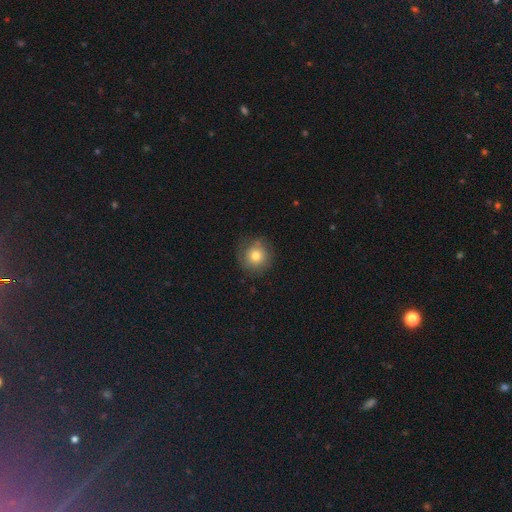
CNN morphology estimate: Q: Smooth or featured?
A: smooth (77%); runner-up: featured or disk (12%)
Q: How rounded?
A: round (93%); runner-up: in between (6%)
Q: Merging?
A: none (82%); runner-up: minor disturbance (13%)